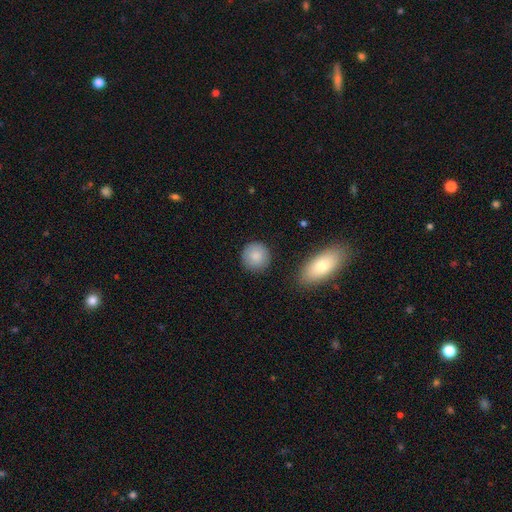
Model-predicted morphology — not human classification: This is clearly a smooth galaxy (86%). How rounded: clearly round (92%). Merging: clearly none (87%).